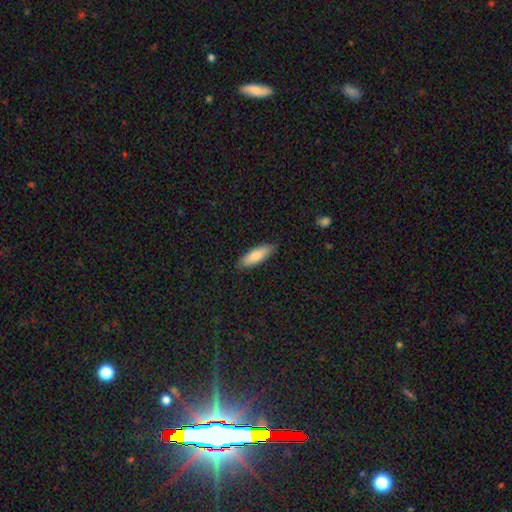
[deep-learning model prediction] Smooth or featured? smooth (82%)
How rounded? in between (51%)
Merging? none (86%)